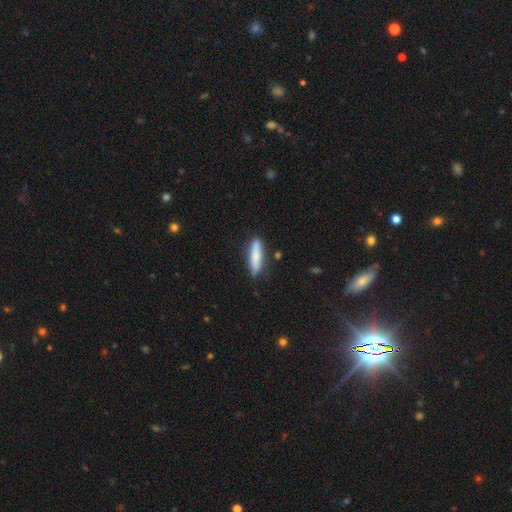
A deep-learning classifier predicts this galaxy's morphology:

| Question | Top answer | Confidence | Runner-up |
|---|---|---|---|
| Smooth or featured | smooth | 75% | featured or disk (19%) |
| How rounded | cigar-shaped | 76% | in between (22%) |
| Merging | none | 82% | minor disturbance (13%) |